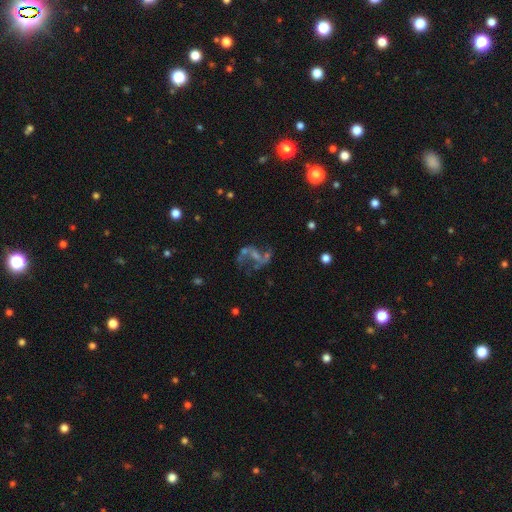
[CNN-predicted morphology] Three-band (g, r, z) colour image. It shows a featured or disk galaxy (64%) with no bar (62%), spiral arms (57%) and no central bulge (43%). Merging: none (40%).